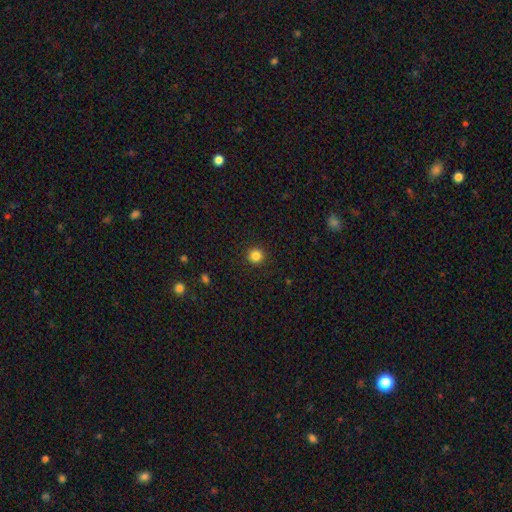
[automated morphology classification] Smooth or featured? Predicted: smooth (p=0.84). How rounded? Predicted: round (p=0.95). Merging? Predicted: none (p=0.93).